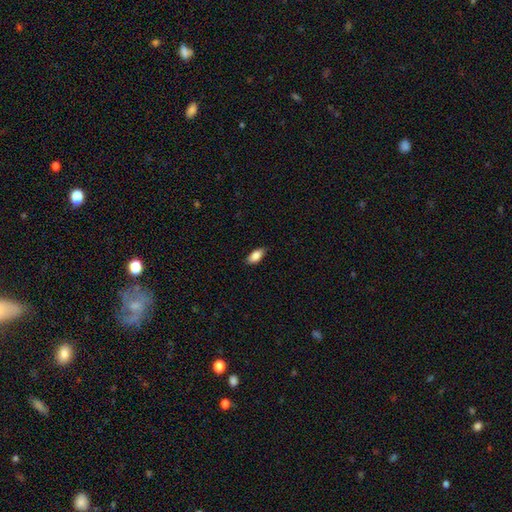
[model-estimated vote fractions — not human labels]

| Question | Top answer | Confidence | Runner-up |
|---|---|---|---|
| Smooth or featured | smooth | 86% | featured or disk (7%) |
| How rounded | in between | 88% | cigar-shaped (9%) |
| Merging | none | 84% | minor disturbance (13%) |